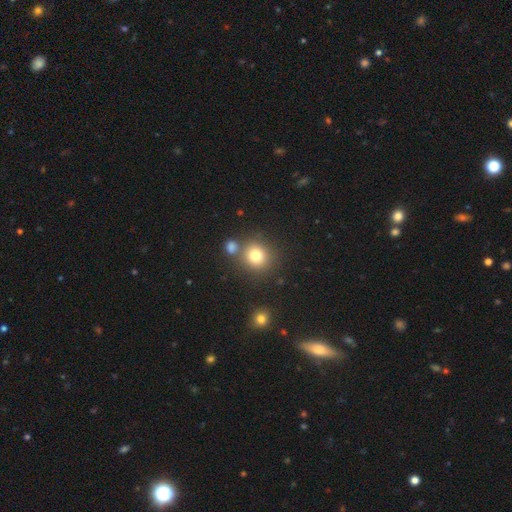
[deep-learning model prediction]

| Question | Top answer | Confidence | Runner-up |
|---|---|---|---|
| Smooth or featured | smooth | 78% | star or artifact (13%) |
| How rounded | round | 89% | in between (10%) |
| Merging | none | 72% | merger (16%) |